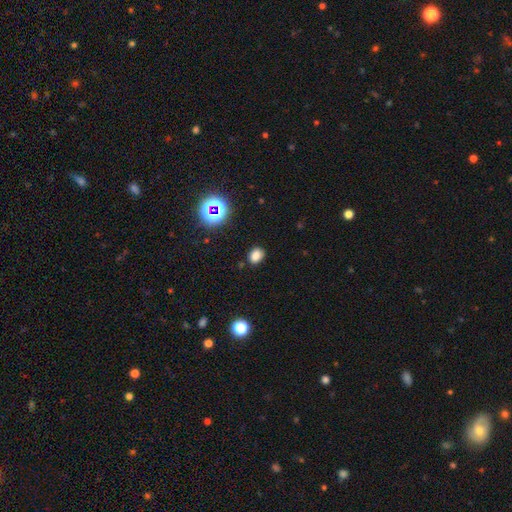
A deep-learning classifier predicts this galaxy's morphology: Smooth or featured? smooth (78%)
How rounded? in between (59%)
Merging? none (86%)